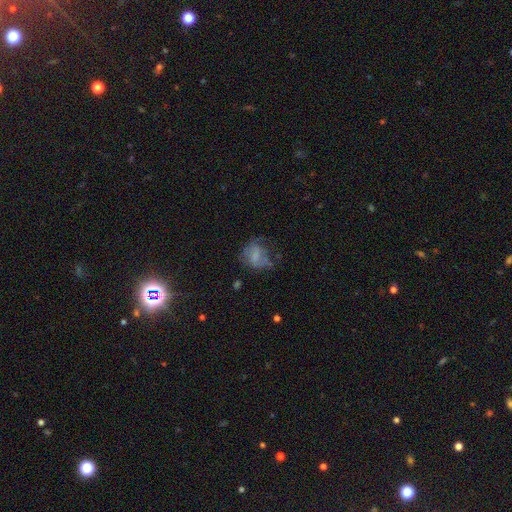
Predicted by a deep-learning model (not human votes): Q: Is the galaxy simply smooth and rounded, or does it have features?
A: smooth — 53%.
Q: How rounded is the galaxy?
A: in between — 50%.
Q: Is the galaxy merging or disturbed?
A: none — 39%.